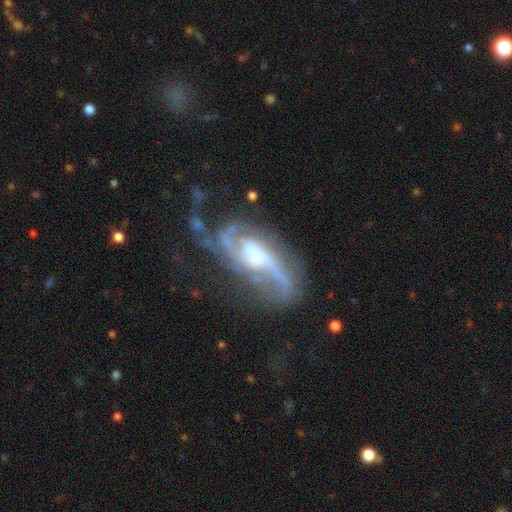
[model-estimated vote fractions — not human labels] This is clearly a featured or disk galaxy (88%). It is clearly not viewed edge-on (94%). Bar: marginally no (40%). Spiral arm pattern: clearly yes (96%). Spiral arm count: likely 2 (71%). Spiral winding: marginally medium (45%). Central bulge: marginally moderate (40%). Merging: possibly none (48%).